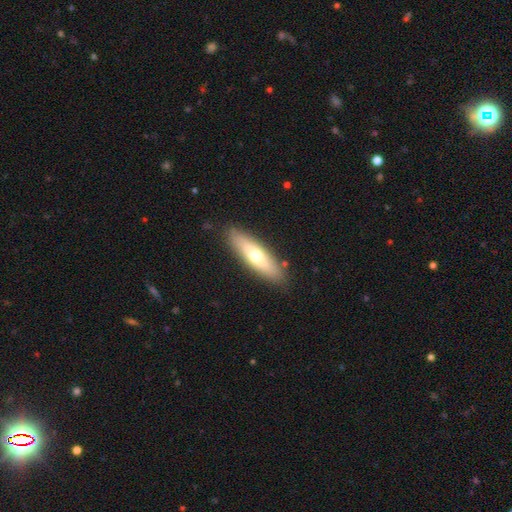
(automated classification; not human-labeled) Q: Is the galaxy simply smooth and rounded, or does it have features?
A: smooth — 57%.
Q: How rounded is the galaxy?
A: cigar-shaped — 60%.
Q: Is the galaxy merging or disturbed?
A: none — 87%.